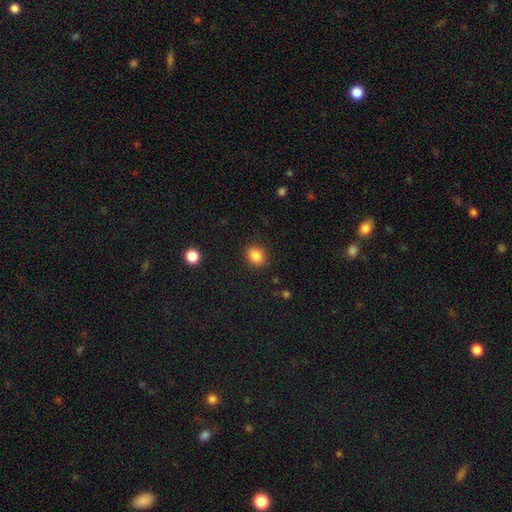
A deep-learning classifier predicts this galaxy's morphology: A smooth galaxy with no disk features (86%) that is in between round and cigar-shaped (60%).

Vote fractions:
- Smooth or featured? smooth: 86% / star or artifact: 9% / featured or disk: 4%
- How rounded? in between: 60% / round: 39% / cigar-shaped: 1%
- Merging? none: 87% / minor disturbance: 9% / major disturbance: 3% / merger: 1%